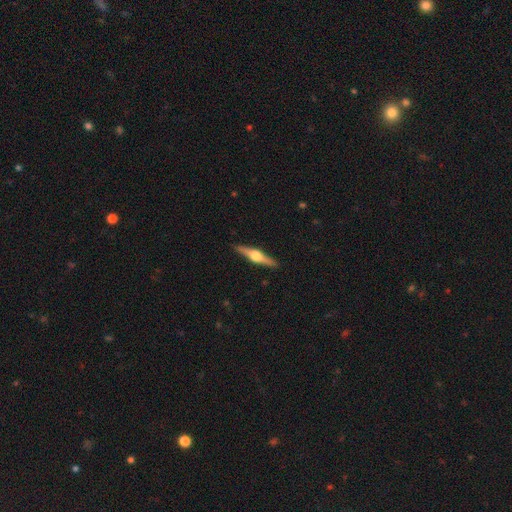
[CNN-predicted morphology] This appears to be a featured or disk galaxy (75%) viewed edge-on (98%) with a rounded central bulge (95%). Merging: none (91%).